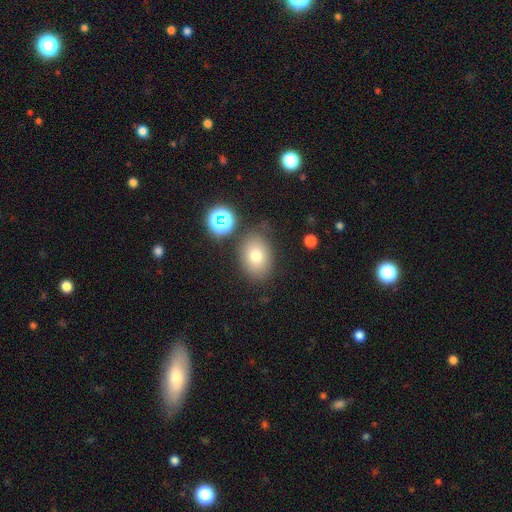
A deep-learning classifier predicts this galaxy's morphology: This is likely a smooth galaxy (75%). How rounded: likely in between (67%). Merging: likely none (76%).